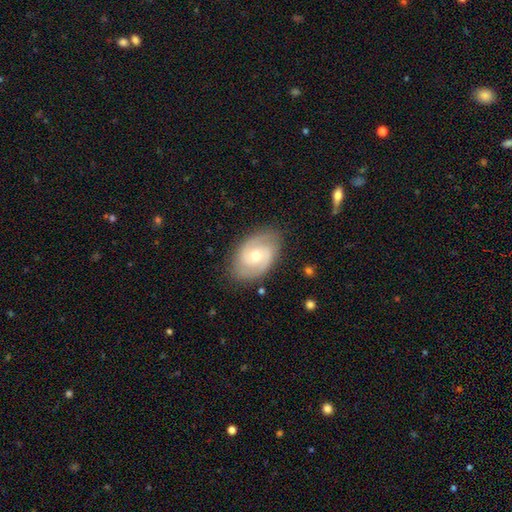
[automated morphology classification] This appears to be a featured or disk galaxy (79%) with no bar (58%), 2 (80%) medium (46%) spiral arms (94%) and a moderate central bulge (59%). Merging: none (82%).